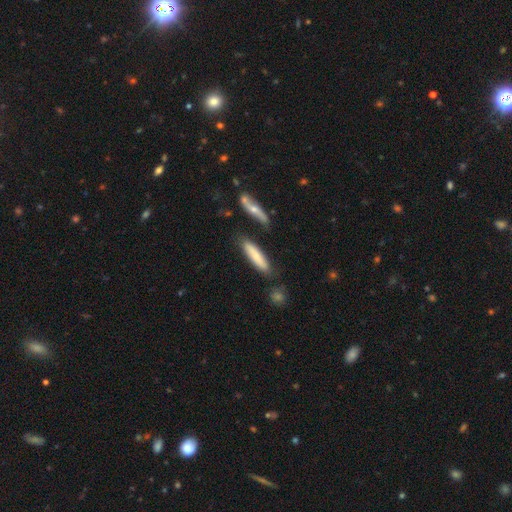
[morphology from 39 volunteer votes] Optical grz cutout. It shows a smooth galaxy with no disk features (72%) that is cigar-shaped (96%). Merging: none (77%).